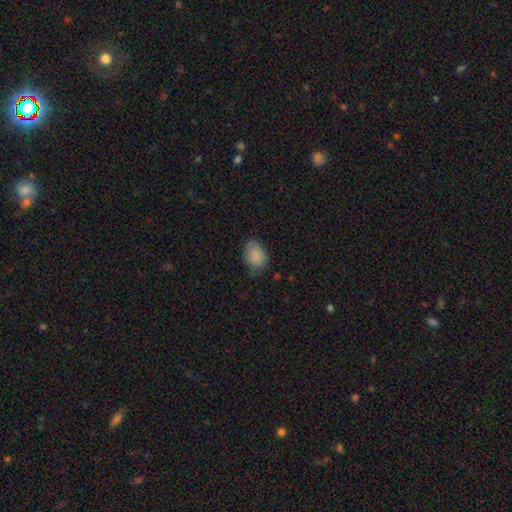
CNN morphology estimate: This is clearly a smooth galaxy (86%). How rounded: likely in between (68%). Merging: likely none (66%).